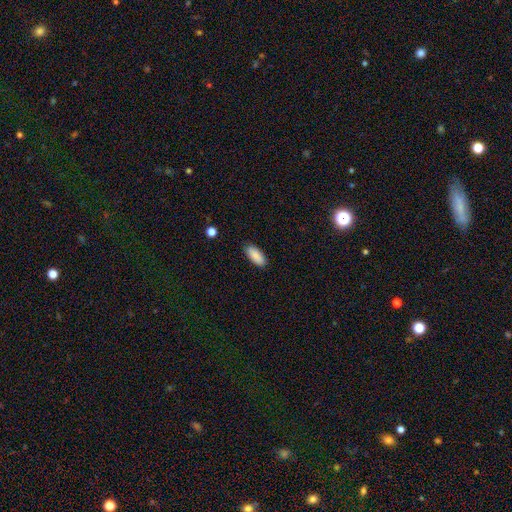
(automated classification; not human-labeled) smooth-or-featured: smooth: 89% | star or artifact: 6% | featured or disk: 5%
  how-rounded: in between: 83% | cigar-shaped: 16% | round: 2%
  merging: none: 87% | minor disturbance: 9% | major disturbance: 2% | merger: 1%